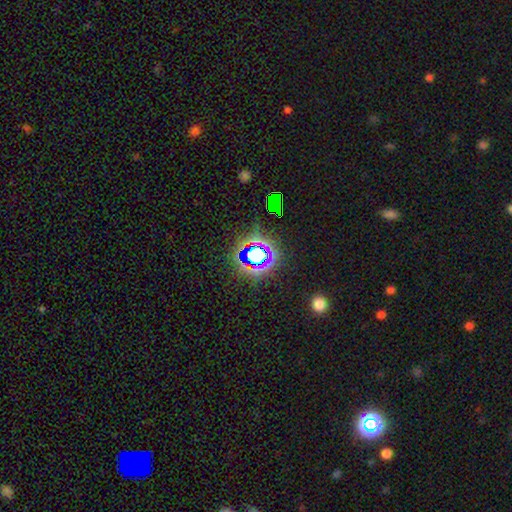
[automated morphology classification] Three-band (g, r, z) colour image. It shows a star or artifact, not a galaxy (64%).